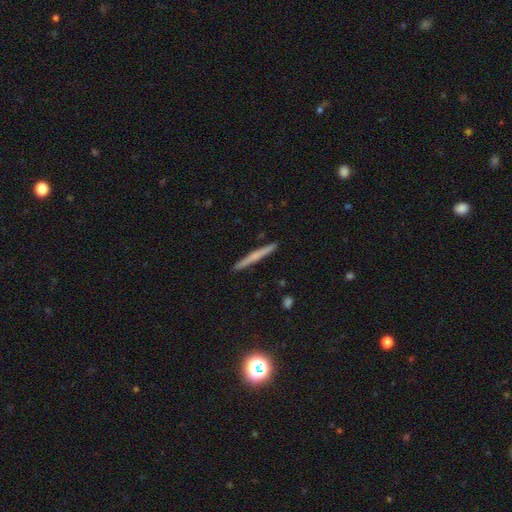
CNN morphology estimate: smooth_or_featured: smooth (p=0.48) [alt: featured or disk p=0.46]
merging: none (p=0.92) [alt: minor disturbance p=0.06]